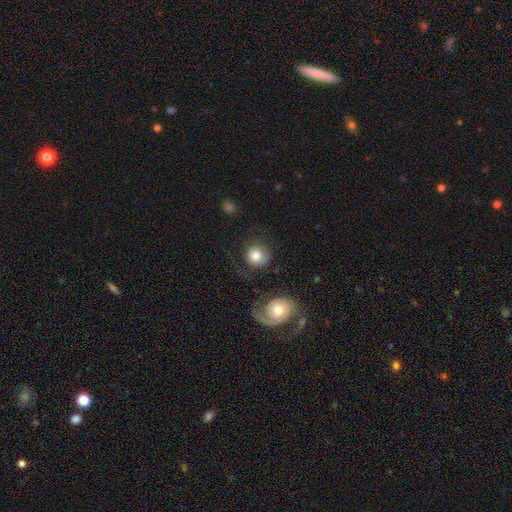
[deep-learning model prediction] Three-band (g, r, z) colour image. It shows a smooth galaxy with no disk features (75%) that is round (85%). Merging: none (59%).